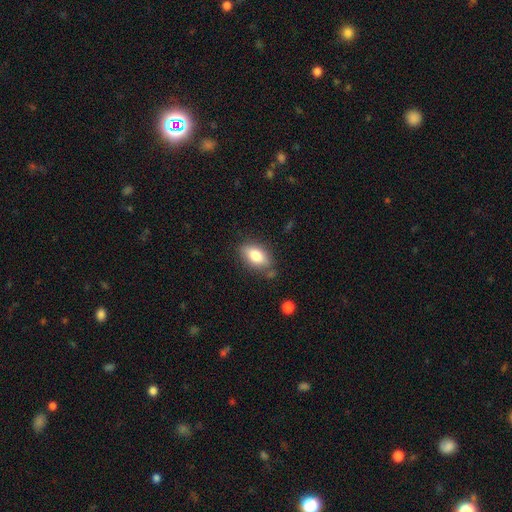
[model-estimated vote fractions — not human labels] This appears to be a smooth galaxy with no disk features (79%) that is in between round and cigar-shaped (88%). Merging: none (74%).